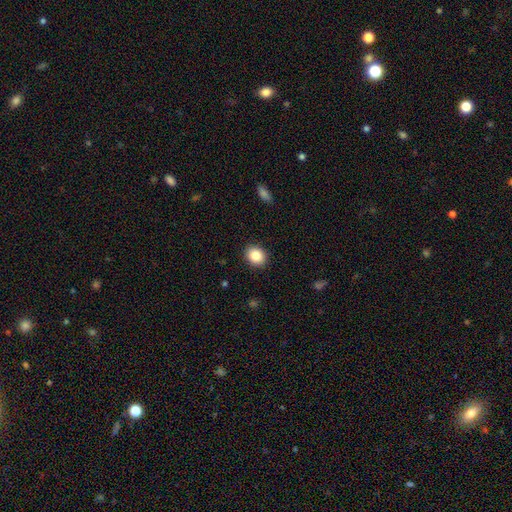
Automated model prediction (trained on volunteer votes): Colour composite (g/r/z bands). It shows a smooth galaxy with no disk features (85%) that is round (55%). Merging: none (90%).